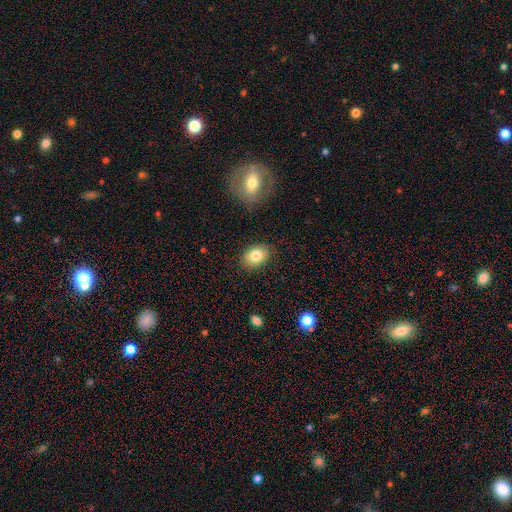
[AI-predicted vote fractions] smooth 81%, featured or disk 11%, star or artifact 8%. Down the decision tree: how rounded — in between (77%); merging — none (85%).